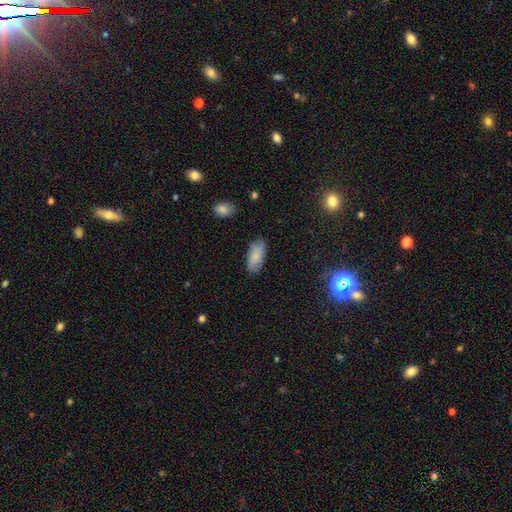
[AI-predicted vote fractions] smooth 81%, featured or disk 12%, star or artifact 7%. Down the decision tree: how rounded — in between (90%); merging — none (80%).